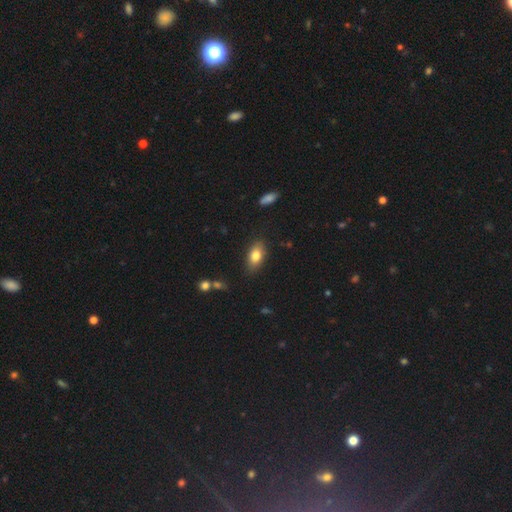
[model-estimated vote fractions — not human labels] smooth_or_featured: smooth (p=0.80) [alt: featured or disk p=0.12]
how_rounded: in between (p=0.88) [alt: round p=0.07]
merging: none (p=0.83) [alt: minor disturbance p=0.12]